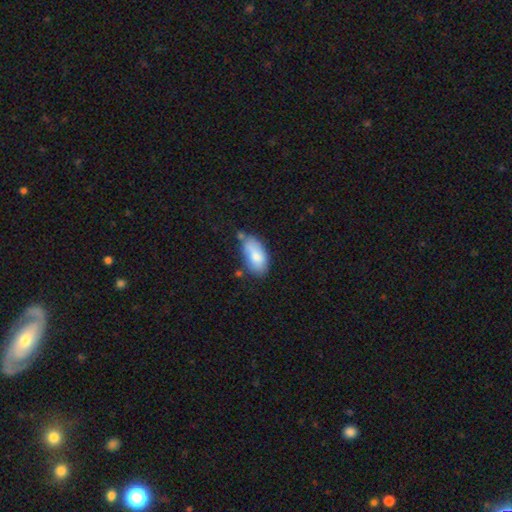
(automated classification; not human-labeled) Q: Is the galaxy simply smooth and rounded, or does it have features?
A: smooth — 77%.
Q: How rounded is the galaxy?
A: in between — 93%.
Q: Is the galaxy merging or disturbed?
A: none — 53%.